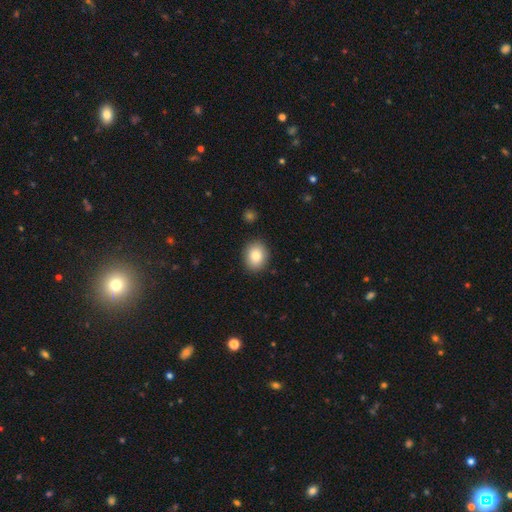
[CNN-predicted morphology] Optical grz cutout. It shows a smooth galaxy with no disk features (84%) that is round (52%). Merging: none (88%).